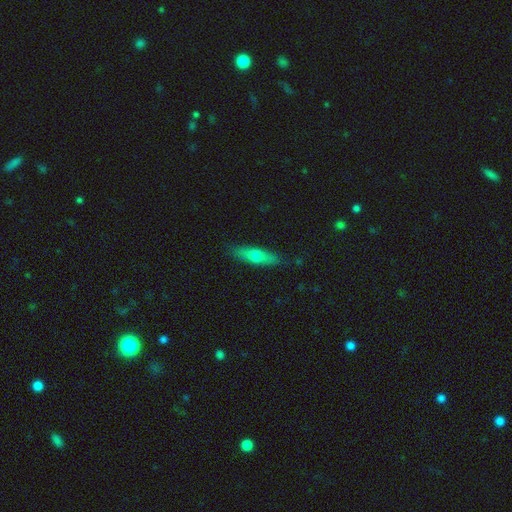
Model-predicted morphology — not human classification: This appears to be a smooth galaxy with no disk features (56%) that is cigar-shaped (62%). Merging: none (86%).